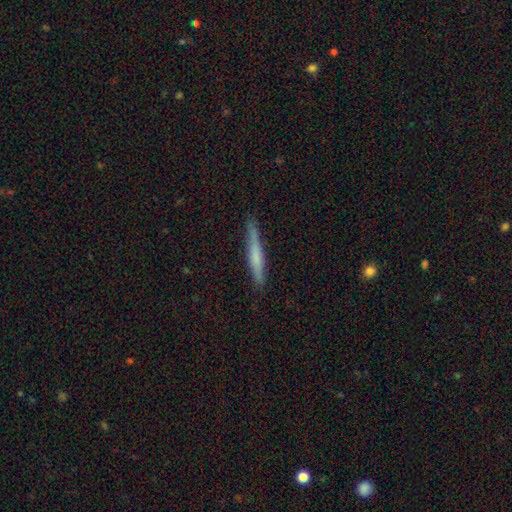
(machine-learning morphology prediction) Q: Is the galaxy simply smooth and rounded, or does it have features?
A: smooth — 57%.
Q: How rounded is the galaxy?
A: cigar-shaped — 95%.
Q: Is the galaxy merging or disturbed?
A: none — 87%.